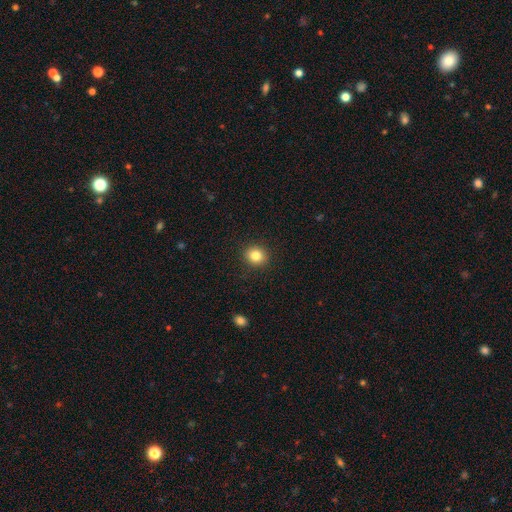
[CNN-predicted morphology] smooth 83%, star or artifact 11%, featured or disk 6%. Down the decision tree: how rounded — round (83%); merging — none (91%).